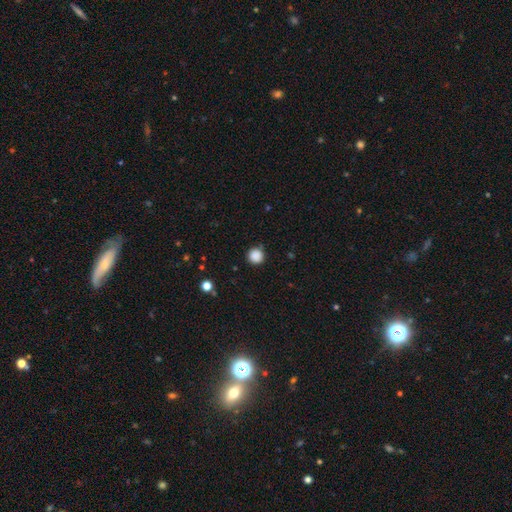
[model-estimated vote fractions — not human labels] Morphology: type=smooth (87%); roundness=round (94%); merging=none (85%).